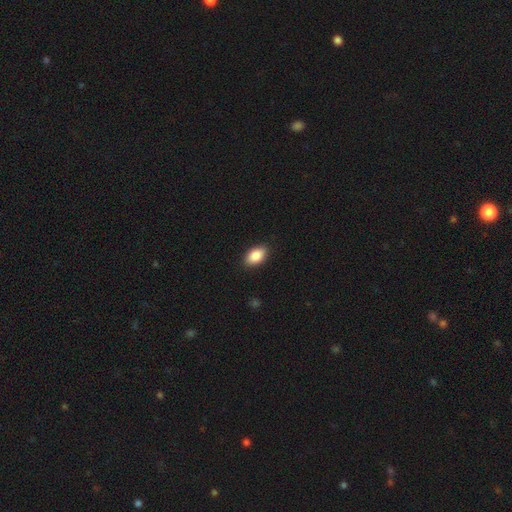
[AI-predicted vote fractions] Morphology: type=smooth (88%); roundness=in between (91%); merging=none (88%).